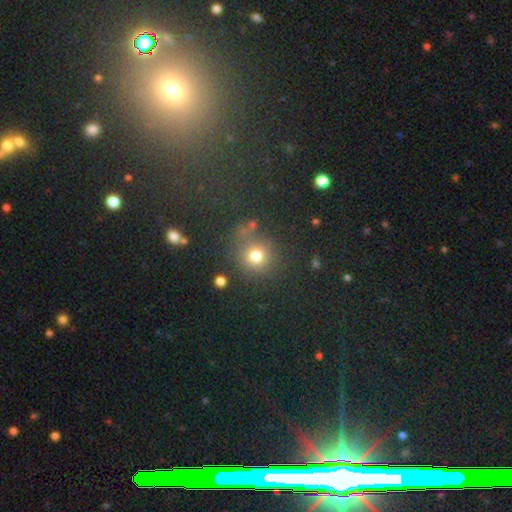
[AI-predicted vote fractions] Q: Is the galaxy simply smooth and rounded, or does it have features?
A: smooth — 72%.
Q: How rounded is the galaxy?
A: round — 89%.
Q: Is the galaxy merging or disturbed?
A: none — 73%.